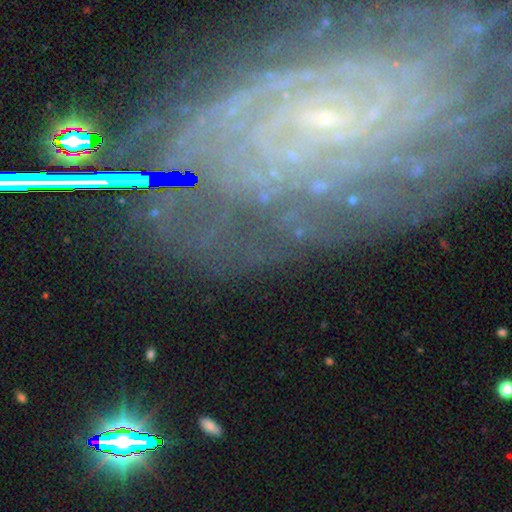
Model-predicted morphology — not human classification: Smooth or featured: featured or disk — 79% (star or artifact — 13%)
Edge-on disk: no — 96% (yes — 4%)
Bar: no — 55% (weak — 29%)
Spiral arms: yes — 96% (no — 4%)
Spiral winding: tight — 81% (medium — 15%)
Spiral arm count: can't tell — 30% (more than 4 — 17%)
Bulge size: small — 84% (moderate — 10%)
Merging: none — 76% (minor disturbance — 15%)